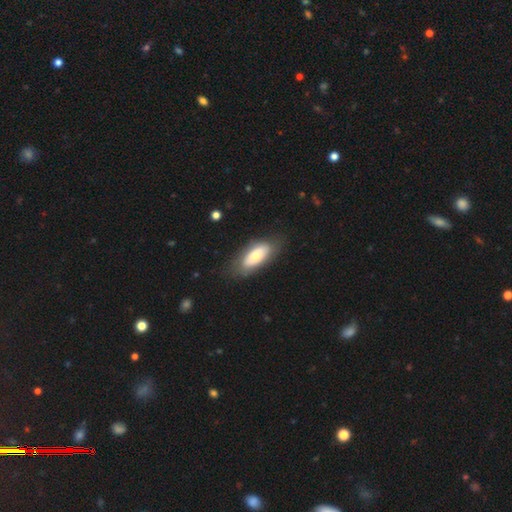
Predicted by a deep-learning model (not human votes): Smooth or featured? smooth (62%)
How rounded? in between (85%)
Merging? none (76%)